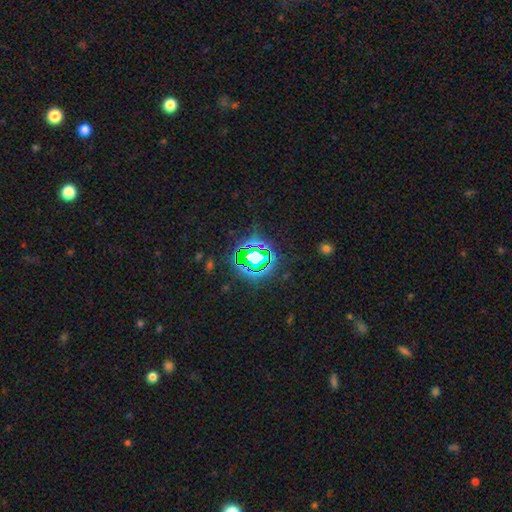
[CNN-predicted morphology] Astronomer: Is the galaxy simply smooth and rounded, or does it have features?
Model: star or artifact — 74%.